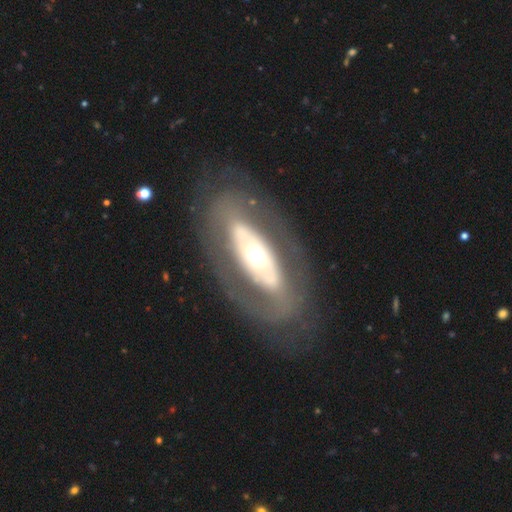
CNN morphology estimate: Smooth or featured: featured or disk — 73% (smooth — 21%)
Edge-on disk: no — 87% (yes — 13%)
Bar: no — 66% (strong — 20%)
Spiral arms: no — 66% (yes — 34%)
Bulge size: moderate — 55% (small — 22%)
Merging: none — 74% (minor disturbance — 13%)